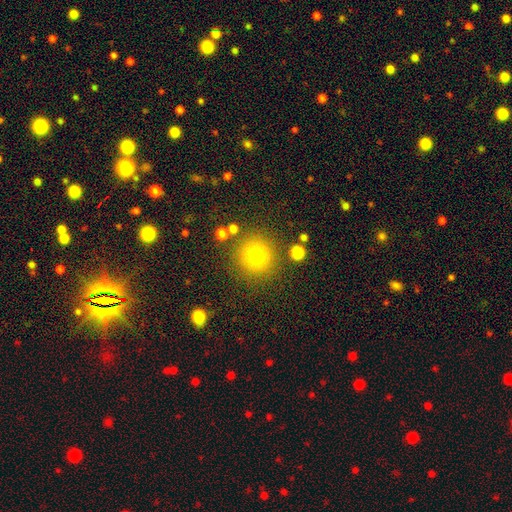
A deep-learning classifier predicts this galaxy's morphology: Smooth or featured: smooth — 78% (star or artifact — 14%)
How rounded: round — 95% (in between — 4%)
Merging: none — 86% (minor disturbance — 7%)